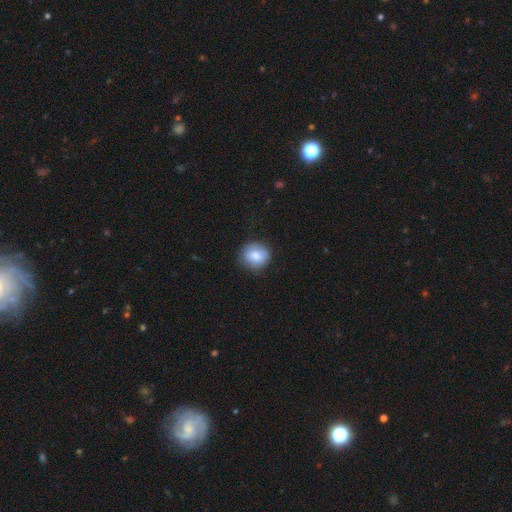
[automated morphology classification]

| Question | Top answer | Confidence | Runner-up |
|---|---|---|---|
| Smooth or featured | smooth | 82% | featured or disk (11%) |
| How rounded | round | 83% | in between (16%) |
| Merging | none | 85% | minor disturbance (12%) |